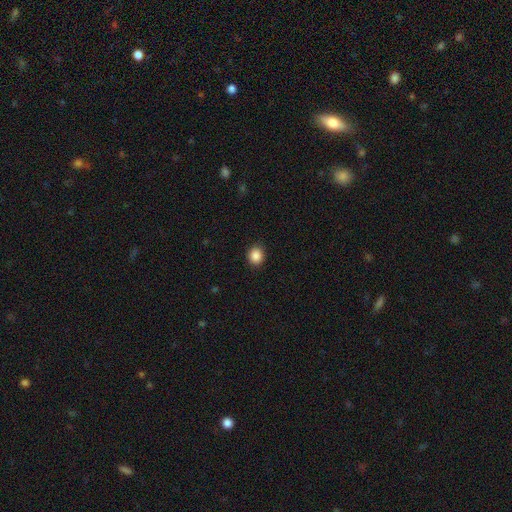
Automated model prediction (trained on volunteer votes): smooth 88%, star or artifact 10%, featured or disk 3%. Down the decision tree: how rounded — round (81%); merging — none (90%).